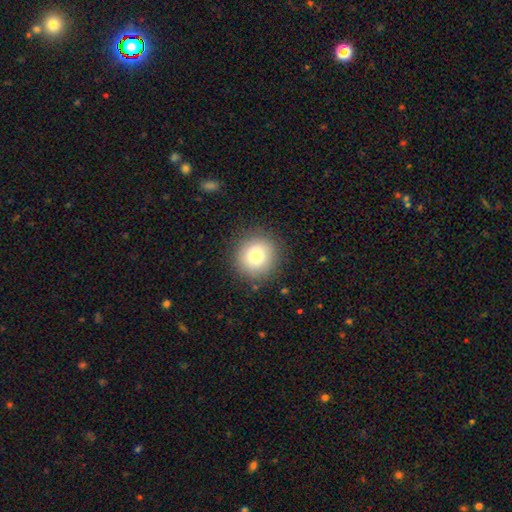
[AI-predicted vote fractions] smooth 78%, star or artifact 11%, featured or disk 10%. Down the decision tree: how rounded — round (94%); merging — none (88%).